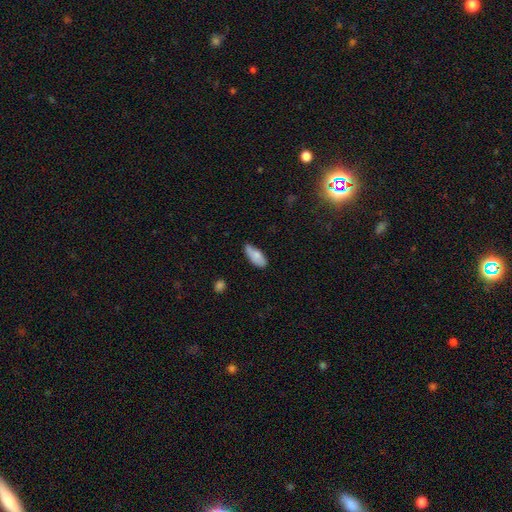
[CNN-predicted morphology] Smooth or featured: smooth — 78% (featured or disk — 15%)
How rounded: in between — 82% (cigar-shaped — 16%)
Merging: none — 54% (minor disturbance — 35%)